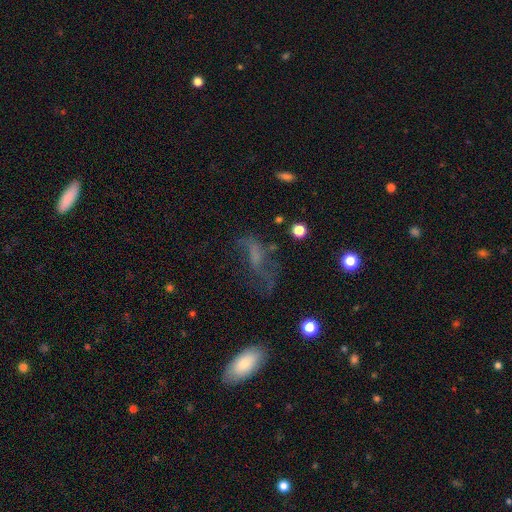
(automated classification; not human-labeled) Smooth or featured? featured or disk (41%)
Merging? none (42%)